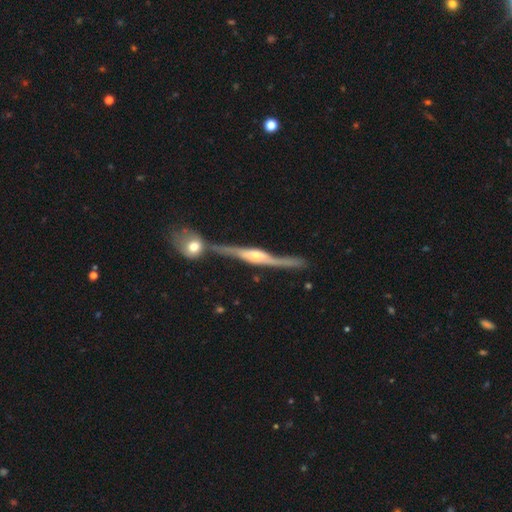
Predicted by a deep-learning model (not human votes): smooth_or_featured: featured or disk (p=0.85) [alt: smooth p=0.10]
disk_edge_on: yes (p=0.89) [alt: no p=0.11]
edge_on_bulge: rounded (p=0.78) [alt: boxy p=0.16]
merging: none (p=0.54) [alt: merger p=0.22]